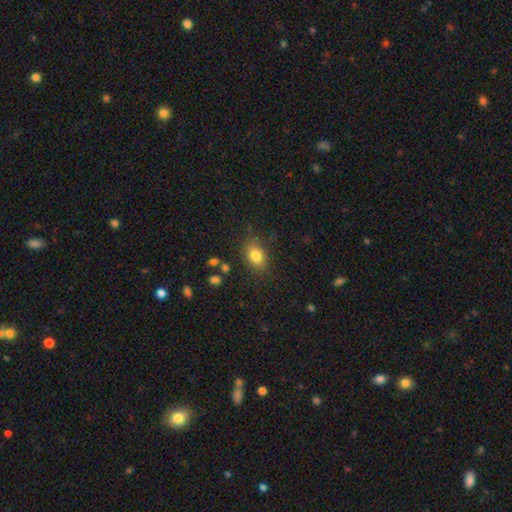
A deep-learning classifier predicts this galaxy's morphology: A smooth galaxy with no disk features (82%) that is in between round and cigar-shaped (78%).

Vote fractions:
- Smooth or featured? smooth: 82% / star or artifact: 10% / featured or disk: 9%
- How rounded? in between: 78% / round: 21% / cigar-shaped: 2%
- Merging? none: 79% / minor disturbance: 14% / major disturbance: 4% / merger: 2%